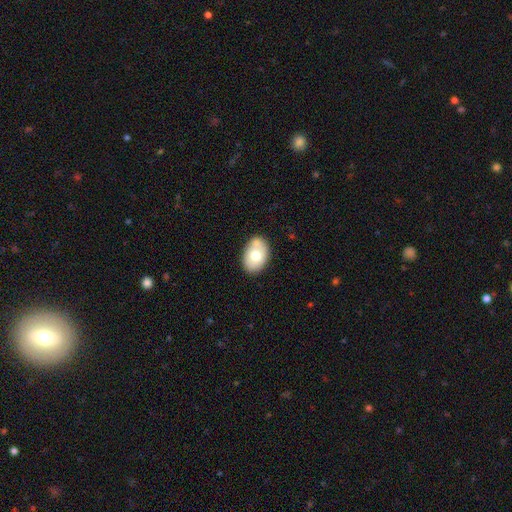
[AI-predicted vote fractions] smooth 68%, featured or disk 25%, star or artifact 7%. Down the decision tree: how rounded — in between (83%); merging — none (71%).